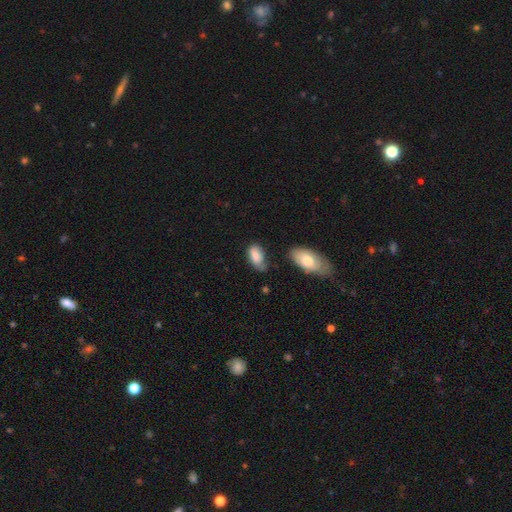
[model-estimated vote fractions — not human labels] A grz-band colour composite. It shows a smooth galaxy with no disk features (80%) that is in between round and cigar-shaped (91%). Merging: none (43%).